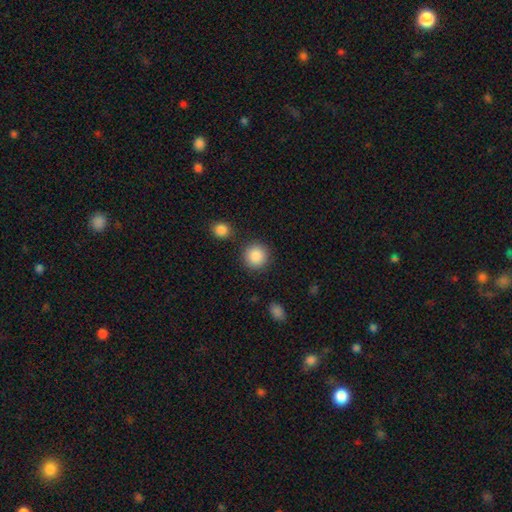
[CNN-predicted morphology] Overall: smooth (89%). How rounded: round (93%). Merging: none (86%).